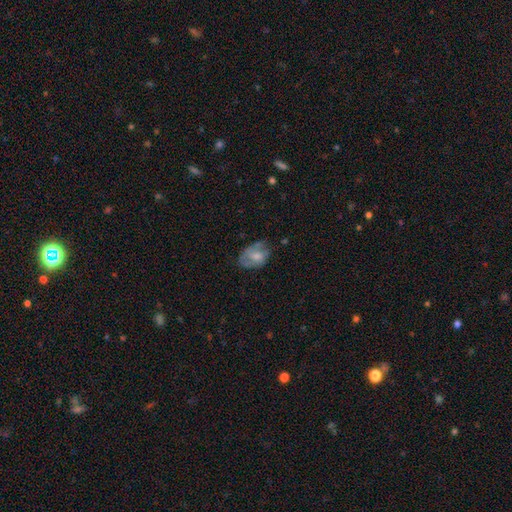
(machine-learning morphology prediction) smooth 54%, featured or disk 38%, star or artifact 8%. Down the decision tree: how rounded — in between (81%); merging — none (49%).